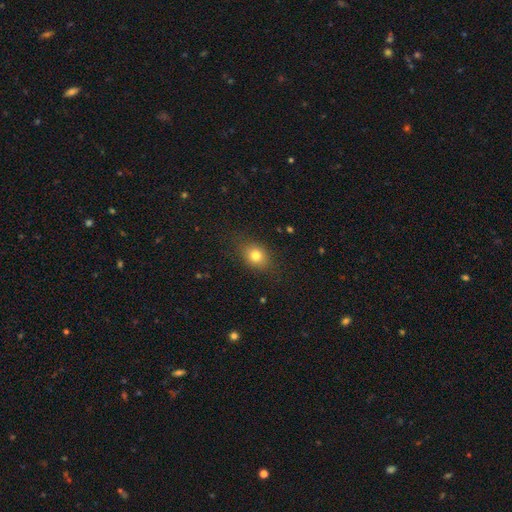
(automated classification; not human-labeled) Morphology: type=smooth (78%); roundness=in between (49%, tied with round); merging=none (82%).